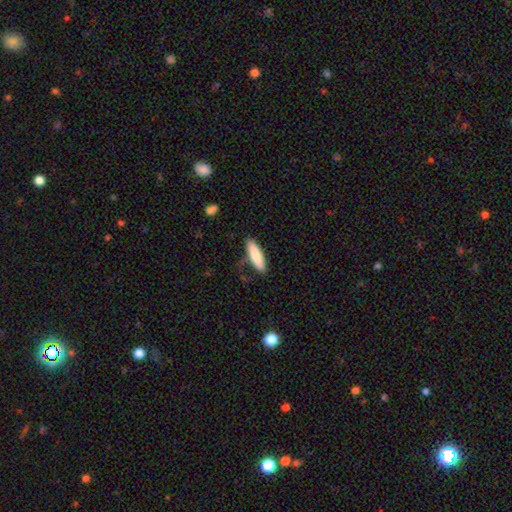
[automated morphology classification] smooth_or_featured: smooth (p=0.83) [alt: featured or disk p=0.11]
how_rounded: cigar-shaped (p=0.63) [alt: in between p=0.36]
merging: none (p=0.75) [alt: minor disturbance p=0.18]